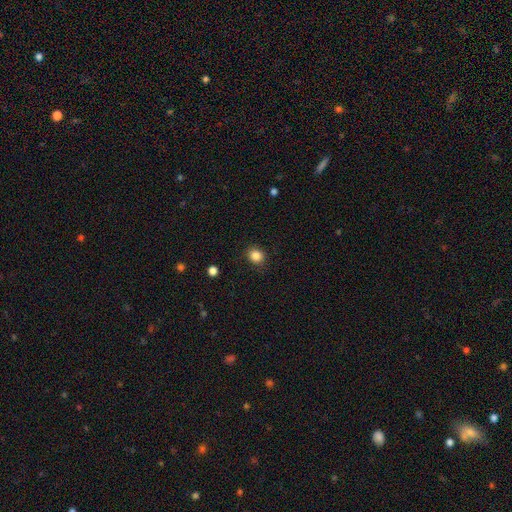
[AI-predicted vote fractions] The model was most divided on "how rounded": round: 76%, in between: 23%, cigar-shaped: 1%. More confident: merging — none (88%); smooth or featured — smooth (85%).